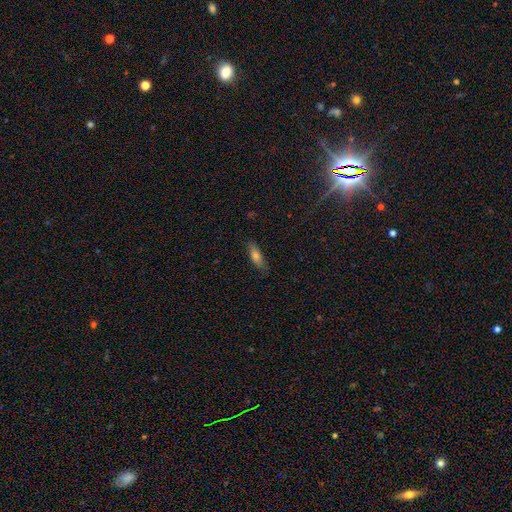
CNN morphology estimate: Smooth or featured? Predicted: smooth (p=0.72). How rounded? Predicted: in between (p=0.55). Merging? Predicted: none (p=0.84).